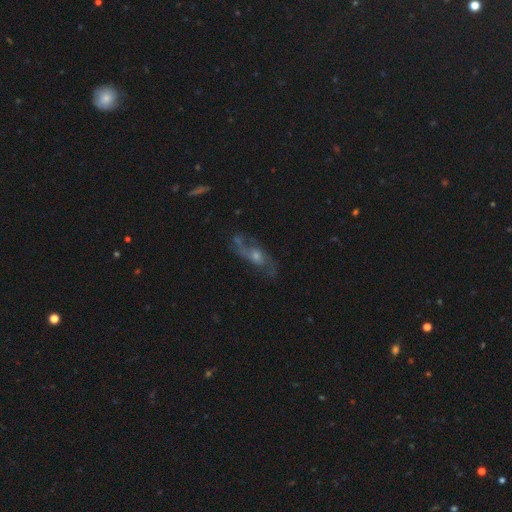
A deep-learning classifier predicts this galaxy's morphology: A featured or disk galaxy (70%) with no bar (70%), spiral arms (81%) and a moderate central bulge (51%). Merging: none (64%).